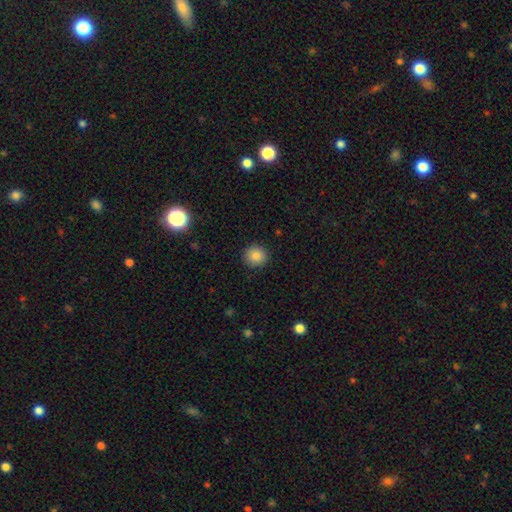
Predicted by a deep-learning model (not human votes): Morphology: type=smooth (86%); roundness=round (92%); merging=none (91%).